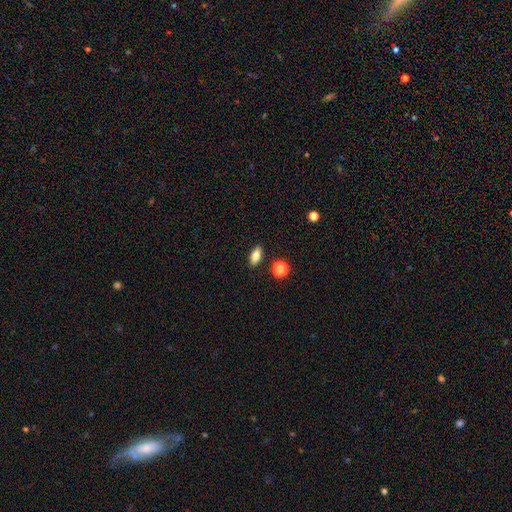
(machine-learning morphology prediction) Smooth or featured: smooth — 76% (featured or disk — 15%)
How rounded: in between — 81% (cigar-shaped — 13%)
Merging: none — 87% (minor disturbance — 8%)